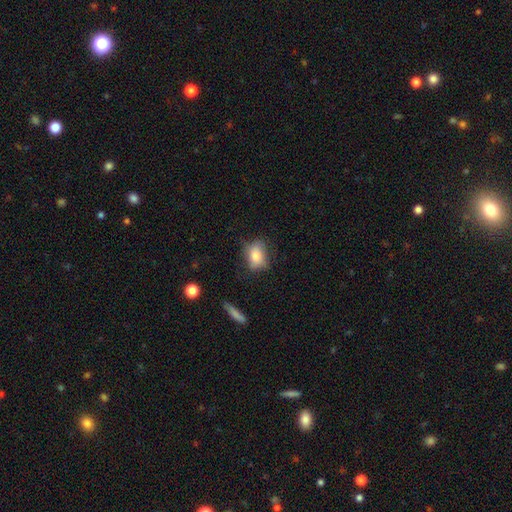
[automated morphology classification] Smooth or featured? Predicted: smooth (p=0.79). How rounded? Predicted: in between (p=0.75). Merging? Predicted: none (p=0.64).